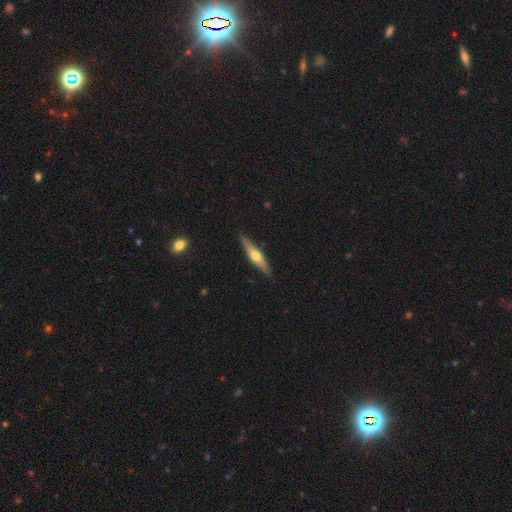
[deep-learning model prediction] Smooth or featured? featured or disk (60%)
Edge-on disk? yes (95%)
Edge-on bulge? rounded (92%)
Merging? none (89%)